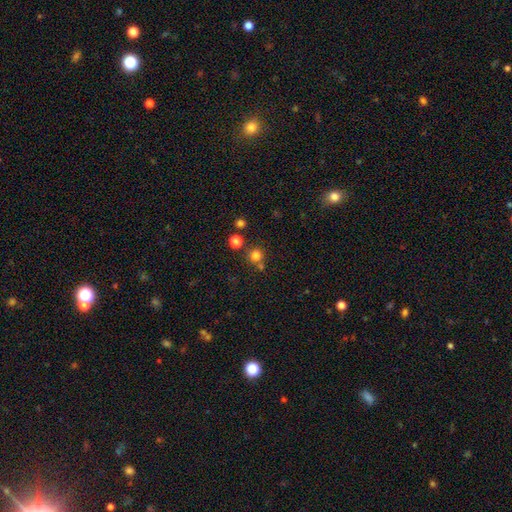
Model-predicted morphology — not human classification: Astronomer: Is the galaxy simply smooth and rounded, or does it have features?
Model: smooth — 77%.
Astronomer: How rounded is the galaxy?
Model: round — 92%.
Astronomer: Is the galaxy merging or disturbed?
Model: none — 71%.